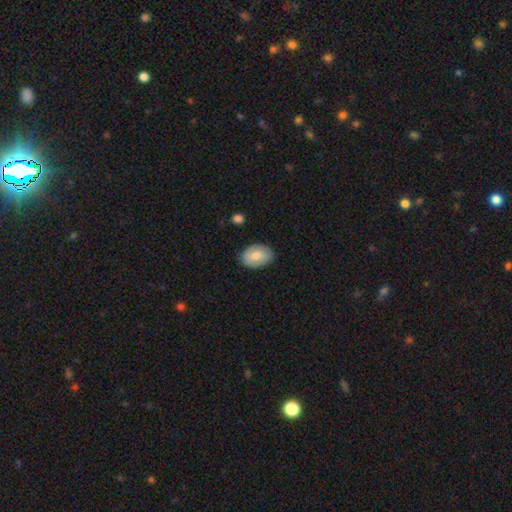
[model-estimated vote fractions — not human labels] Smooth or featured? Predicted: smooth (p=0.74). How rounded? Predicted: in between (p=0.84). Merging? Predicted: none (p=0.82).